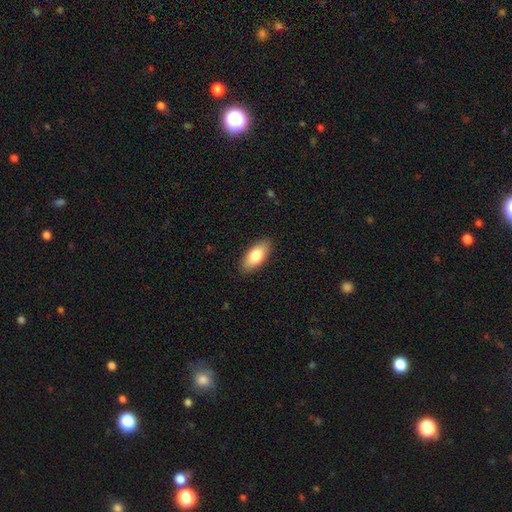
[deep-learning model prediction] A smooth galaxy with no disk features (81%) that is in between round and cigar-shaped (88%).

Vote fractions:
- Smooth or featured? smooth: 81% / featured or disk: 13% / star or artifact: 6%
- How rounded? in between: 88% / cigar-shaped: 10% / round: 2%
- Merging? none: 88% / minor disturbance: 9% / major disturbance: 2% / merger: 1%